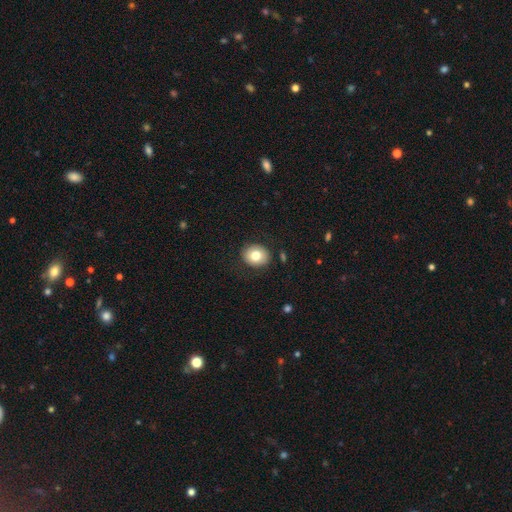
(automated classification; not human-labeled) smooth_or_featured: smooth (p=0.79) [alt: featured or disk p=0.12]
how_rounded: round (p=0.63) [alt: in between p=0.37]
merging: none (p=0.87) [alt: minor disturbance p=0.09]